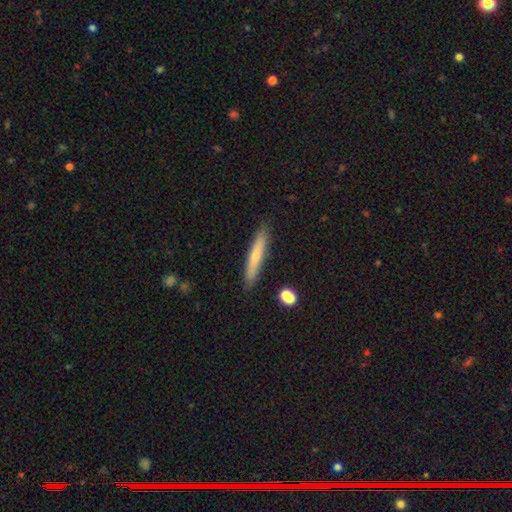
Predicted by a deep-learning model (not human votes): smooth 63%, featured or disk 30%, star or artifact 6%. Down the decision tree: how rounded — cigar-shaped (93%); merging — none (87%).